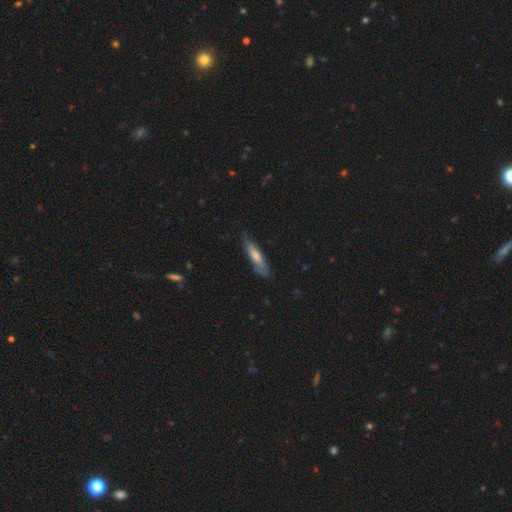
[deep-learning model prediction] This appears to be a smooth galaxy with no disk features (67%) that is cigar-shaped (76%). Merging: none (76%).